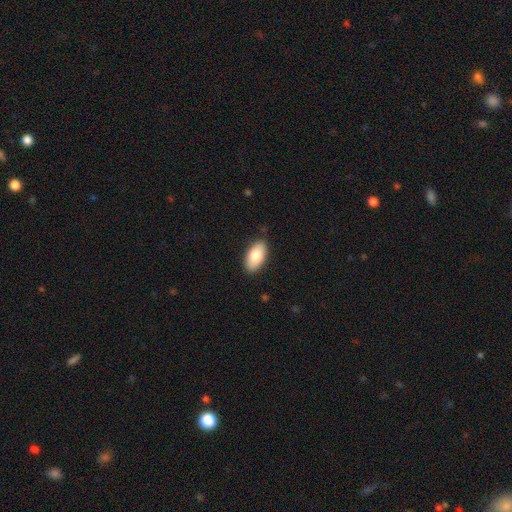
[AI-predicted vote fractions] A smooth galaxy with no disk features (80%) that is in between round and cigar-shaped (94%).

Vote fractions:
- Smooth or featured? smooth: 80% / featured or disk: 14% / star or artifact: 6%
- How rounded? in between: 94% / round: 3% / cigar-shaped: 3%
- Merging? none: 87% / minor disturbance: 10% / major disturbance: 2% / merger: 1%